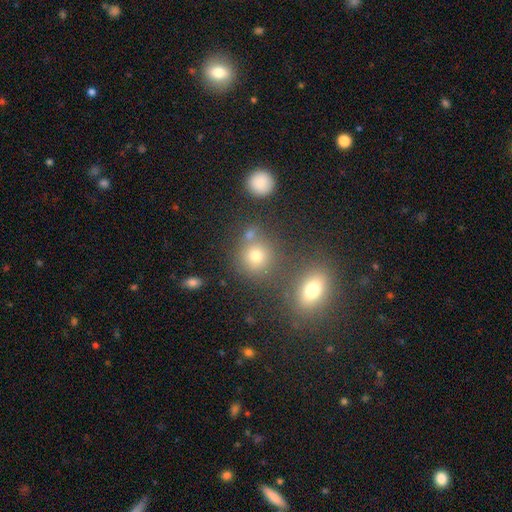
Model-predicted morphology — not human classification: smooth-or-featured: smooth: 71% | star or artifact: 19% | featured or disk: 10%
  how-rounded: round: 83% | in between: 16% | cigar-shaped: 1%
  merging: none: 69% | merger: 17% | minor disturbance: 10% | major disturbance: 4%